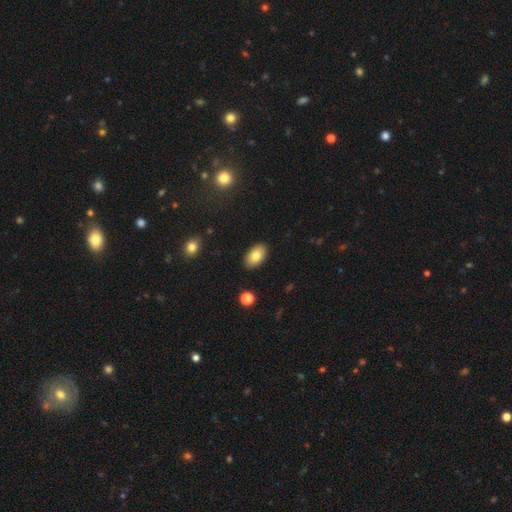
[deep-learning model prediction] smooth 80%, featured or disk 13%, star or artifact 8%. Down the decision tree: how rounded — in between (93%); merging — none (88%).